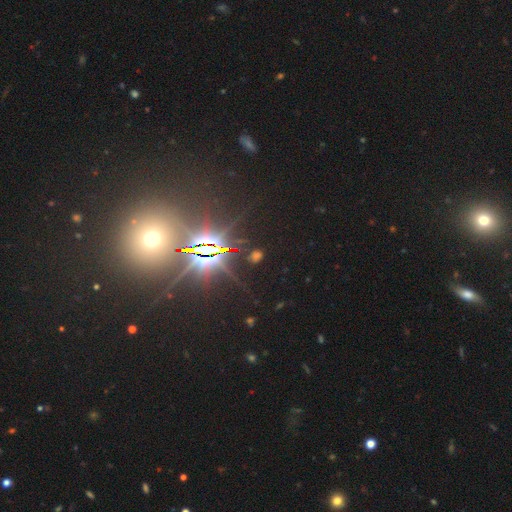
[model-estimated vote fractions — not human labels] smooth_or_featured: star or artifact (p=0.75) [alt: smooth p=0.15]